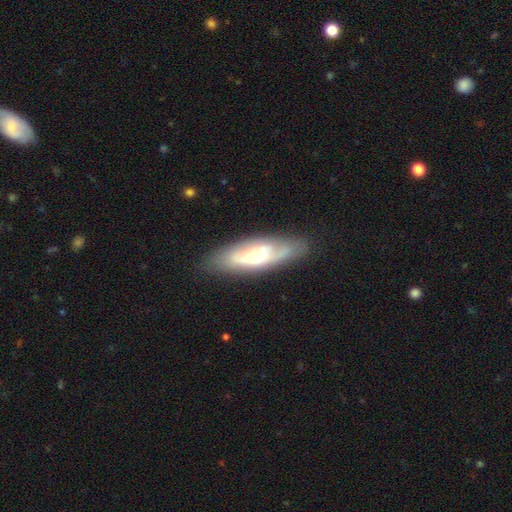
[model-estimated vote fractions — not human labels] Smooth or featured? Predicted: featured or disk (p=0.60). Edge-on disk? Predicted: no (p=0.76). Merging? Predicted: none (p=0.75).